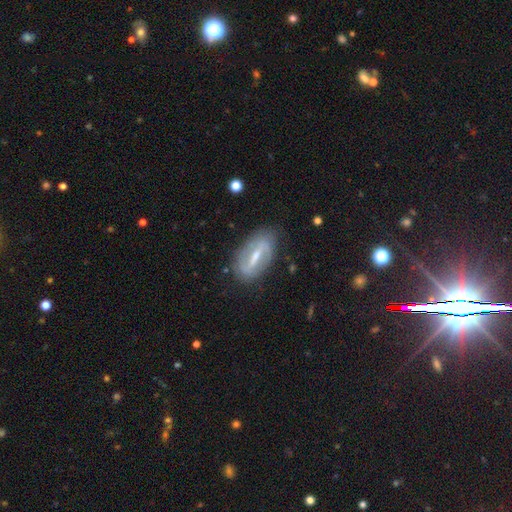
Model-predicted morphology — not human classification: A featured or disk galaxy (71%) with a strong bar (62%), spiral arms (64%) and a small central bulge (44%, tied with moderate).

Vote fractions:
- Smooth or featured? featured or disk: 71% / smooth: 22% / star or artifact: 7%
- Edge-on disk? no: 87% / yes: 13%
- Bar? strong: 62% / weak: 30% / no: 8%
- Spiral arms? yes: 64% / no: 36%
- Bulge size? small: 44% (tied) / moderate: 44% (tied) / none: 7% / large: 4% / dominant: 1%
- Merging? none: 76% / minor disturbance: 16% / major disturbance: 6% / merger: 2%